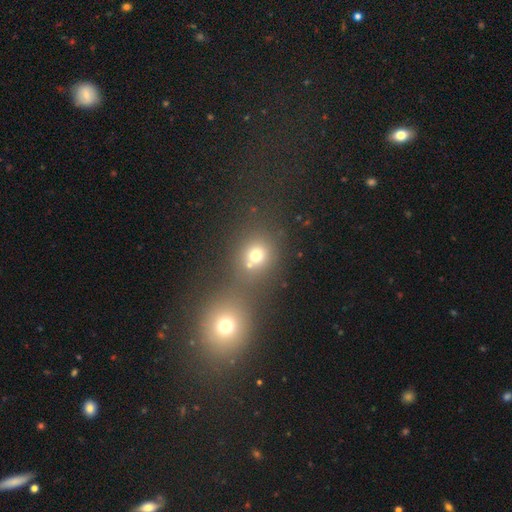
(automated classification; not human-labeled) A smooth galaxy with no disk features (70%) that is round (78%). Merging: merger (46%).